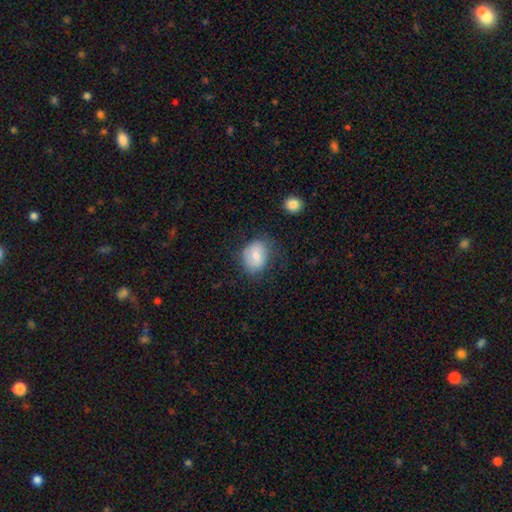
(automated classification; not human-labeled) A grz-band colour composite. It shows a smooth galaxy with no disk features (74%) that is in between round and cigar-shaped (51%). Merging: none (63%).